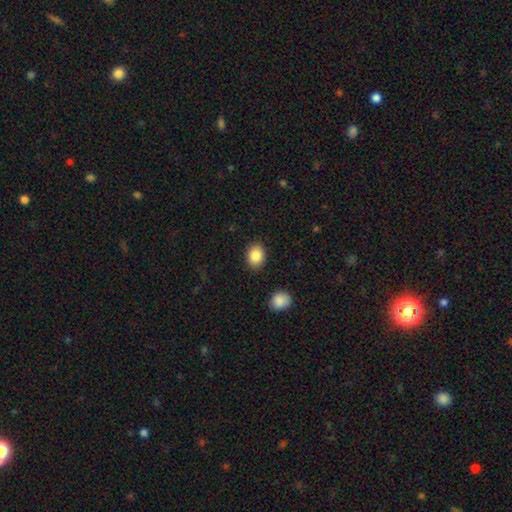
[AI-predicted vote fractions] Smooth or featured? smooth (86%)
How rounded? in between (59%)
Merging? none (88%)